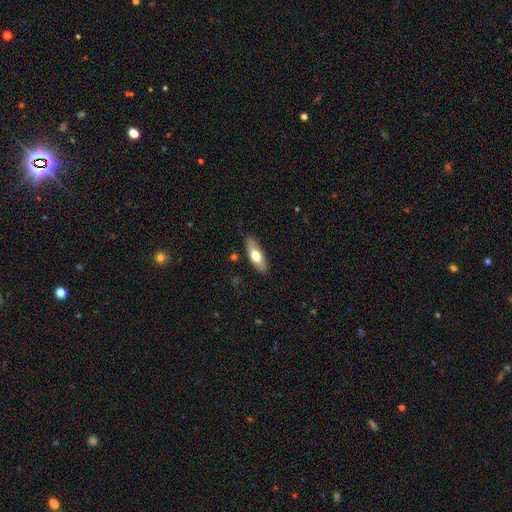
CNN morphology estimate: A smooth galaxy with no disk features (63%) that is in between round and cigar-shaped (67%). Merging: none (85%).